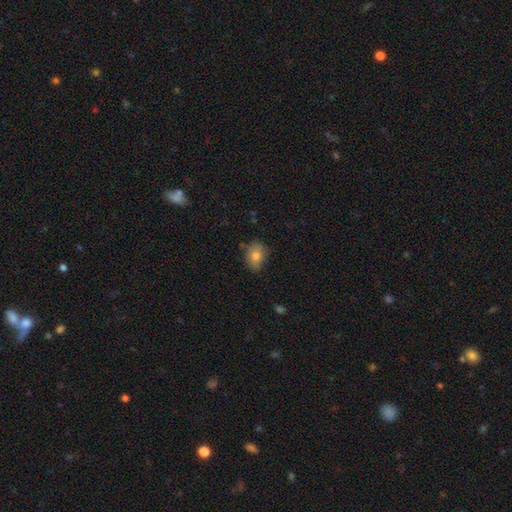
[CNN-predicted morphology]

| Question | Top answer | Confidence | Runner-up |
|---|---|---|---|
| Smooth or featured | smooth | 80% | featured or disk (11%) |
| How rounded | in between | 61% | round (38%) |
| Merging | none | 71% | minor disturbance (22%) |